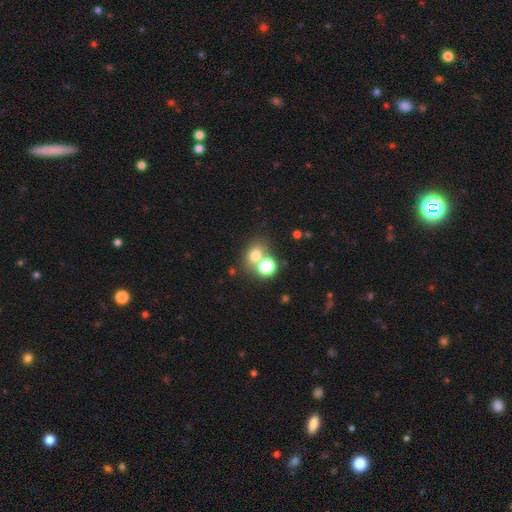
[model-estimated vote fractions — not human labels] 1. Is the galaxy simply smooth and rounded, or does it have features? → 71% smooth, 17% star or artifact, 12% featured or disk.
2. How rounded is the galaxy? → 61% round, 38% in between, 1% cigar-shaped.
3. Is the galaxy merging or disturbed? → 48% none, 39% merger, 9% minor disturbance, 4% major disturbance.